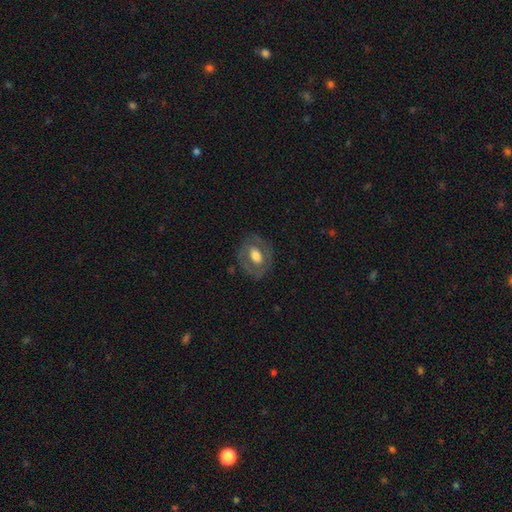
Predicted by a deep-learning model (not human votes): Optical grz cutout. It shows a smooth galaxy with no disk features (48%). Merging: none (75%).